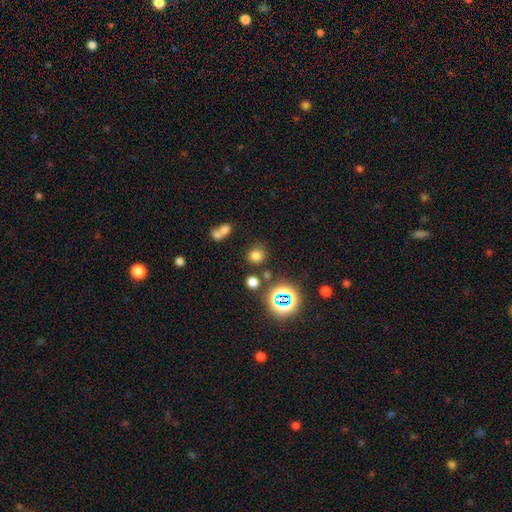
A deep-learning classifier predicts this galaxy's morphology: Smooth or featured? Predicted: smooth (p=0.71). How rounded? Predicted: round (p=0.84). Merging? Predicted: none (p=0.75).